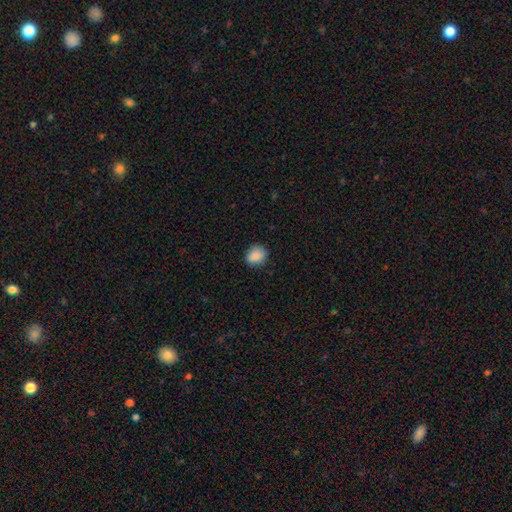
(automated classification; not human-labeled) Morphology: type=smooth (89%); roundness=round (61%); merging=none (85%).